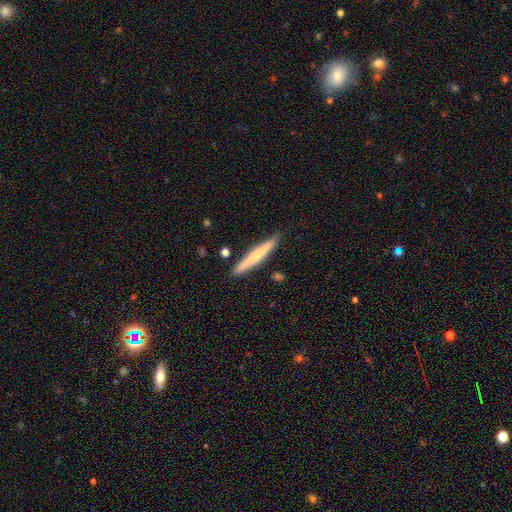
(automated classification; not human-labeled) smooth 64%, featured or disk 31%, star or artifact 6%. Down the decision tree: how rounded — cigar-shaped (95%); merging — none (87%).